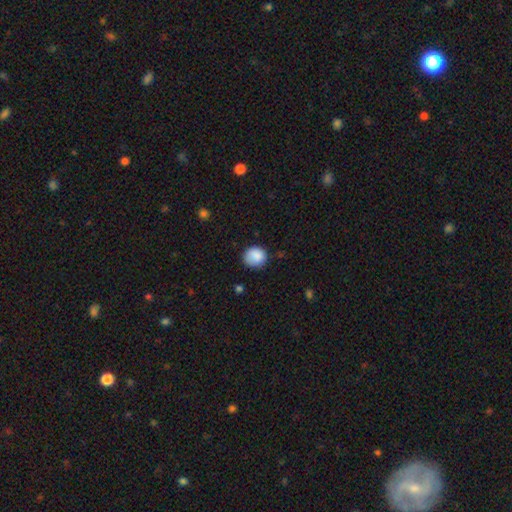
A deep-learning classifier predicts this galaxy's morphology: This appears to be a smooth galaxy with no disk features (86%) that is round (85%). Merging: none (75%).